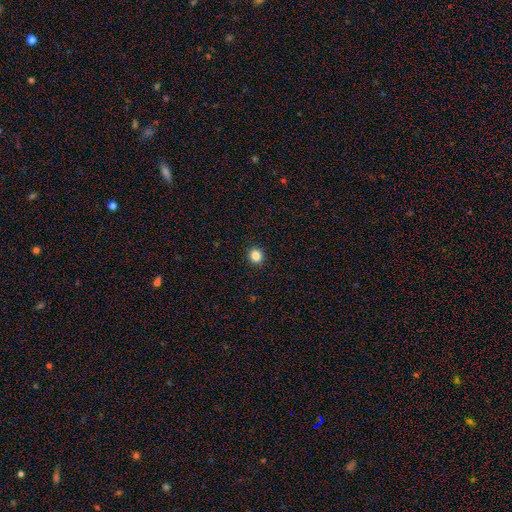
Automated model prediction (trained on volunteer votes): This is clearly a smooth galaxy (84%). How rounded: clearly round (90%). Merging: clearly none (93%).